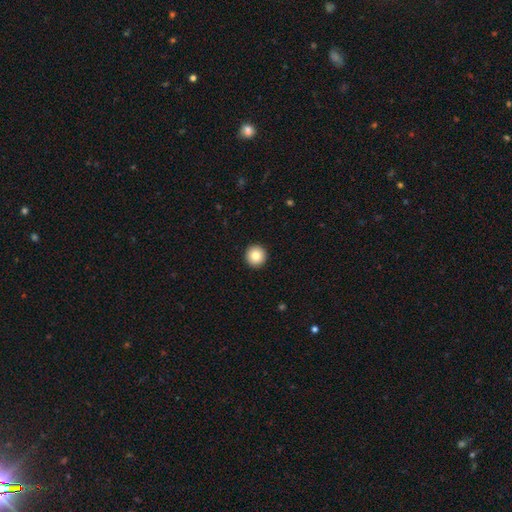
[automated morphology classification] type=smooth (83%); roundness=round (96%); merging=none (94%).